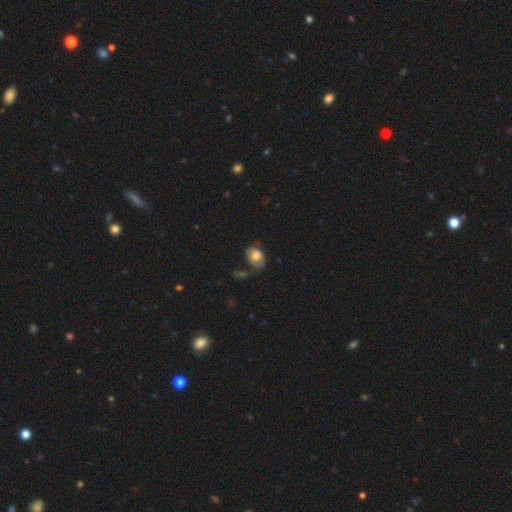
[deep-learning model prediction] Morphology: type=smooth (72%); roundness=in between (69%); merging=none (45%).